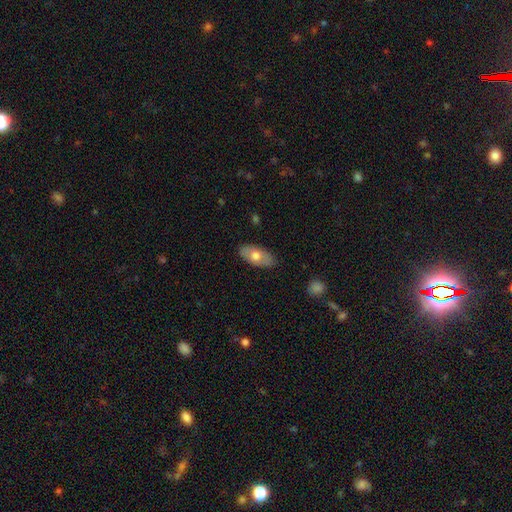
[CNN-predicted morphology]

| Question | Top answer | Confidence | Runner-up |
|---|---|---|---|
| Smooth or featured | smooth | 66% | featured or disk (28%) |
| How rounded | in between | 92% | cigar-shaped (5%) |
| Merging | none | 84% | minor disturbance (13%) |